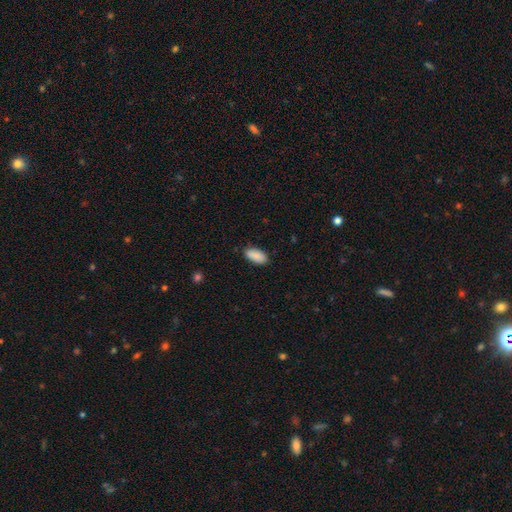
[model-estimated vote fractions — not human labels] This appears to be a smooth galaxy with no disk features (90%) that is in between round and cigar-shaped (92%). Merging: none (85%).